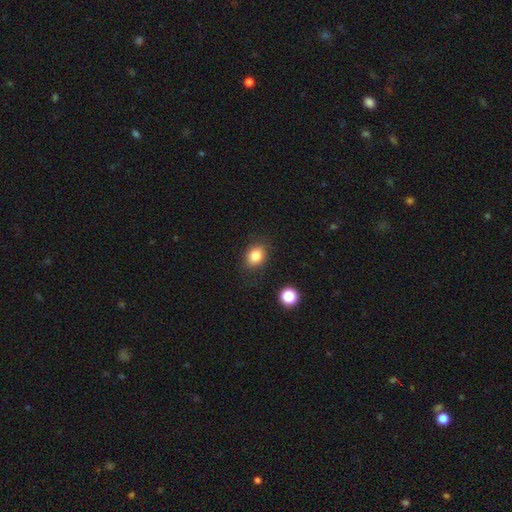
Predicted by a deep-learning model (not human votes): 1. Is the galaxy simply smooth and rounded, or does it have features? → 83% smooth, 11% star or artifact, 7% featured or disk.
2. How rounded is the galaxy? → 57% in between, 42% round, 1% cigar-shaped.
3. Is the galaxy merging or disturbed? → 84% none, 11% minor disturbance, 3% major disturbance, 2% merger.